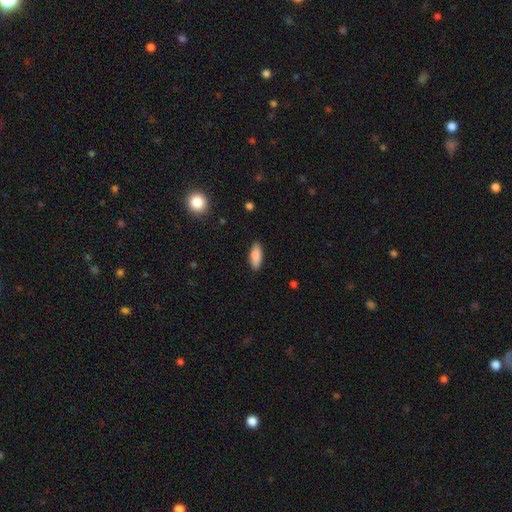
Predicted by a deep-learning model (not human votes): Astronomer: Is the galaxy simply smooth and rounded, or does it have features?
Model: smooth — 89%.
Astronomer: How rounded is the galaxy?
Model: in between — 79%.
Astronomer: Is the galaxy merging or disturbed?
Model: none — 88%.